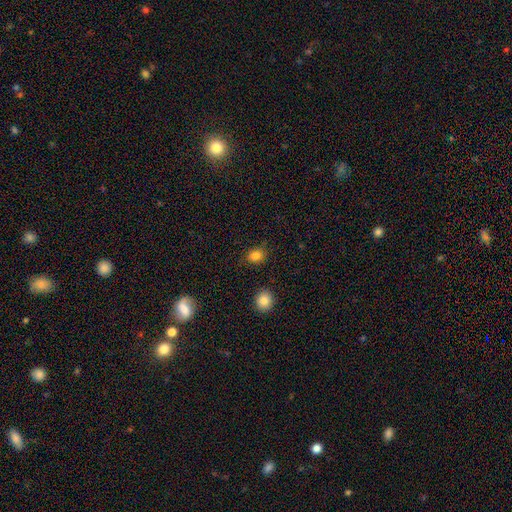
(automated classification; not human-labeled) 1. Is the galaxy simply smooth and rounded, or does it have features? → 84% smooth, 11% star or artifact, 5% featured or disk.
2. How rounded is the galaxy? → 56% round, 43% in between, 1% cigar-shaped.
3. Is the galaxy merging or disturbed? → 83% none, 12% minor disturbance, 3% major disturbance, 2% merger.